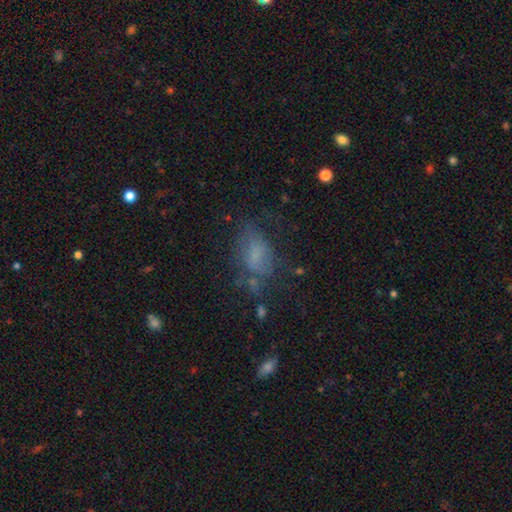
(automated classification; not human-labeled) Smooth or featured?
  - smooth: 55% *
  - featured or disk: 26%
  - star or artifact: 19%
How rounded?
  - in between: 84% *
  - round: 11%
  - cigar-shaped: 5%
Merging?
  - none: 49% *
  - minor disturbance: 24%
  - major disturbance: 23%
  - merger: 4%